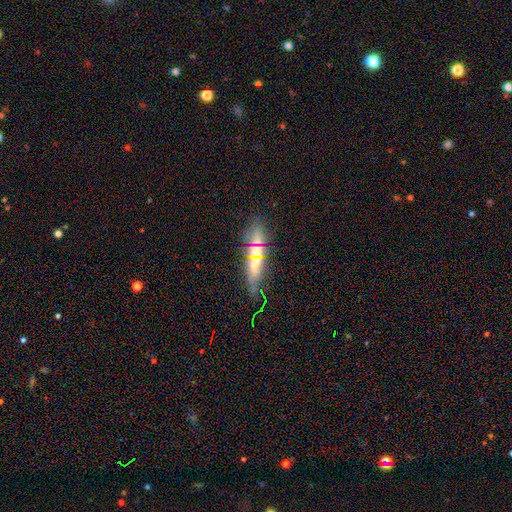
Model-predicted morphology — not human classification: smooth-or-featured: smooth: 50% | featured or disk: 30% | star or artifact: 19%
  how-rounded: cigar-shaped: 51% | in between: 42% | round: 7%
  merging: none: 77% | minor disturbance: 14% | major disturbance: 5% | merger: 4%